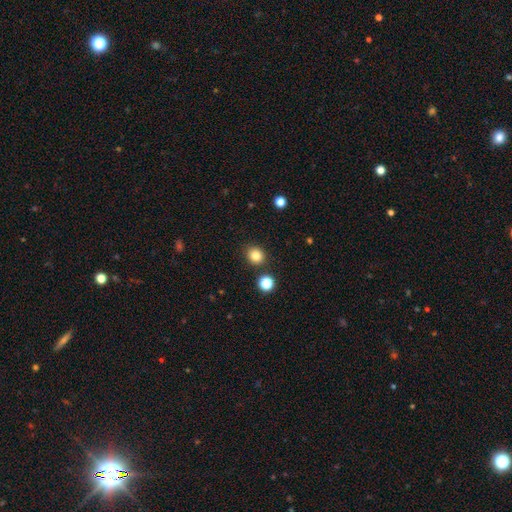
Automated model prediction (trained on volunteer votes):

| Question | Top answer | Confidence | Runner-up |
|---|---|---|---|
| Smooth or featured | smooth | 83% | star or artifact (12%) |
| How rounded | round | 81% | in between (18%) |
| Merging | none | 87% | minor disturbance (7%) |